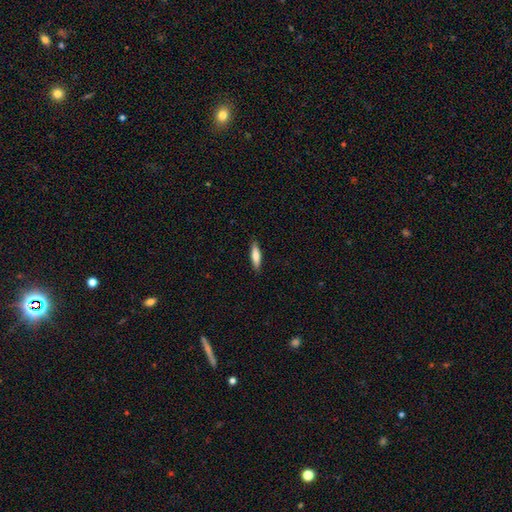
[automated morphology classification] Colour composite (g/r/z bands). It shows a smooth galaxy with no disk features (71%) that is cigar-shaped (72%). Merging: none (89%).